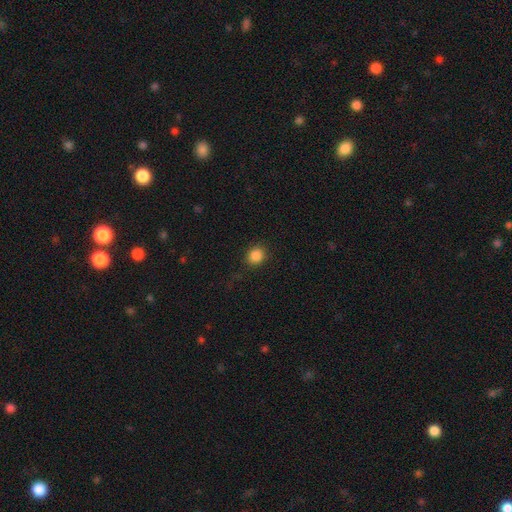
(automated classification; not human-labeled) Smooth or featured?
  - smooth: 86% *
  - star or artifact: 10%
  - featured or disk: 4%
How rounded?
  - round: 81% *
  - in between: 18%
  - cigar-shaped: 1%
Merging?
  - none: 86% *
  - minor disturbance: 9%
  - major disturbance: 3%
  - merger: 1%